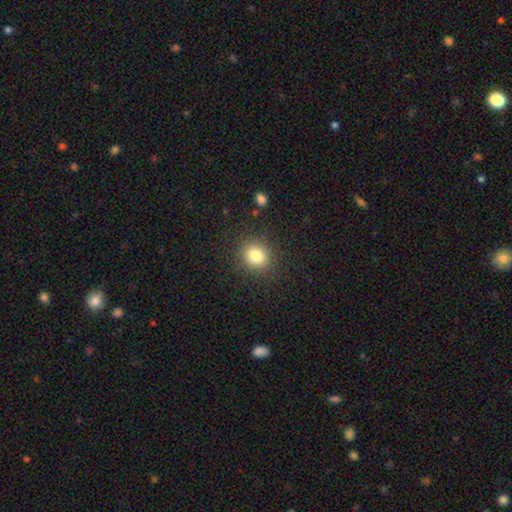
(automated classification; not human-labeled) smooth-or-featured: smooth: 82% | star or artifact: 12% | featured or disk: 6%
  how-rounded: round: 77% | in between: 23% | cigar-shaped: 1%
  merging: none: 88% | minor disturbance: 8% | major disturbance: 3% | merger: 1%